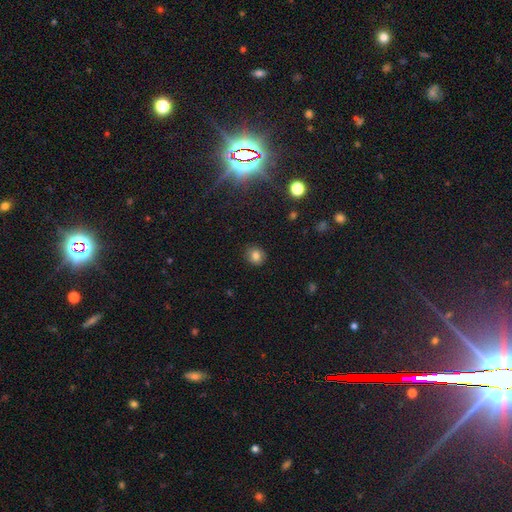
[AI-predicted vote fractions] This appears to be a smooth galaxy with no disk features (80%) that is round (79%). Merging: none (88%).